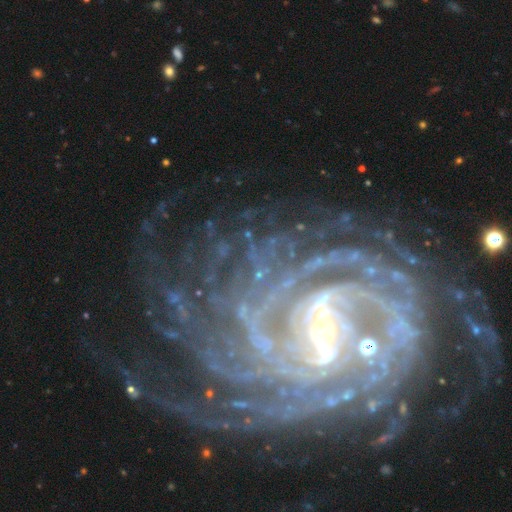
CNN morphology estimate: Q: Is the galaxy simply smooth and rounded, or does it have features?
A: featured or disk — 88%.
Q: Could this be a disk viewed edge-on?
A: no — 97%.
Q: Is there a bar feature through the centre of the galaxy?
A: strong — 50%.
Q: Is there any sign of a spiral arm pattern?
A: yes — 98%.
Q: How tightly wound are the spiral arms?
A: tight — 67%.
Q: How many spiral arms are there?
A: more than 4 — 26%.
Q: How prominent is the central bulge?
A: small — 68%.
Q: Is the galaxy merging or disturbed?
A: none — 70%.